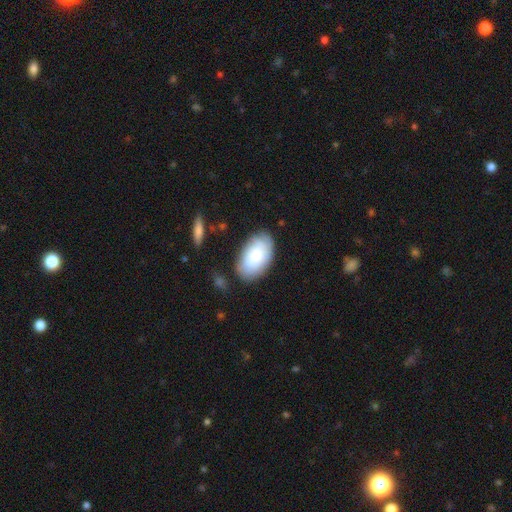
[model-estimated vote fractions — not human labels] Smooth or featured? smooth (73%)
How rounded? in between (94%)
Merging? none (76%)